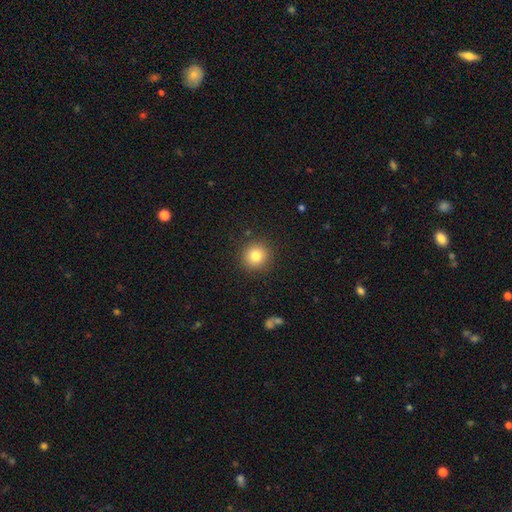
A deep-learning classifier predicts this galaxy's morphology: smooth 82%, star or artifact 11%, featured or disk 8%. Down the decision tree: how rounded — round (92%); merging — none (90%).